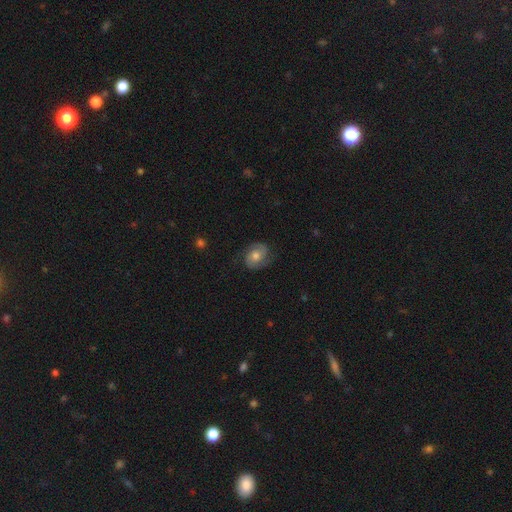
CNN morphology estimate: Overall: featured or disk (68%). Edge-on disk: no (97%). Bar: no (72%). Spiral arms: yes (92%). Spiral arm count: 2 (86%). Spiral winding: medium (44%; tight 40%). Bulge size: moderate (67%). Merging: none (75%).